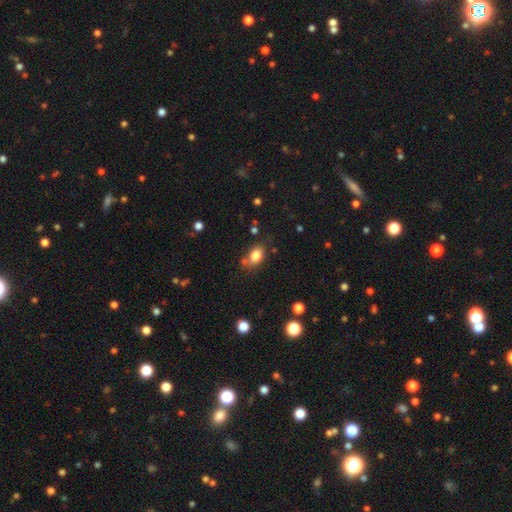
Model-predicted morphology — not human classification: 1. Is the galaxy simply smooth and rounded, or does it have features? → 82% smooth, 10% star or artifact, 8% featured or disk.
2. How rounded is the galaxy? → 78% in between, 20% round, 2% cigar-shaped.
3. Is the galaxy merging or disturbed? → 70% none, 17% minor disturbance, 9% merger, 5% major disturbance.